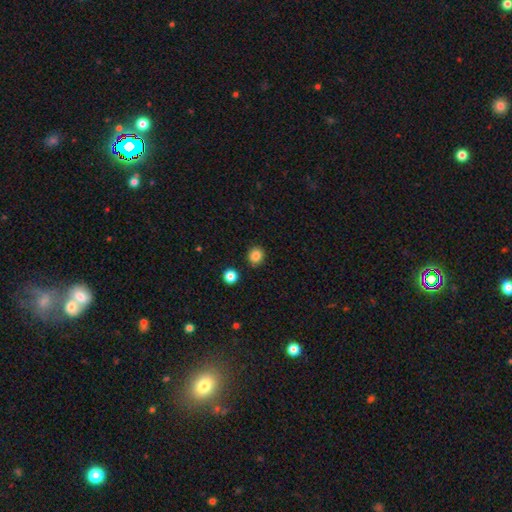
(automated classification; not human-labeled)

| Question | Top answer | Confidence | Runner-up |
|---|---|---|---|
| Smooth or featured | smooth | 86% | star or artifact (11%) |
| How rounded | round | 84% | in between (15%) |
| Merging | none | 87% | minor disturbance (8%) |